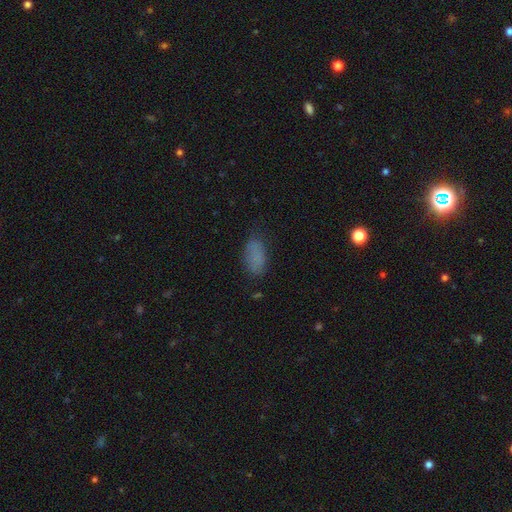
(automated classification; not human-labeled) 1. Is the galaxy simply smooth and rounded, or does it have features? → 79% smooth, 12% star or artifact, 9% featured or disk.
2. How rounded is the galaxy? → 92% in between, 4% cigar-shaped, 4% round.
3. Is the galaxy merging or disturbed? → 72% none, 19% minor disturbance, 7% major disturbance, 2% merger.